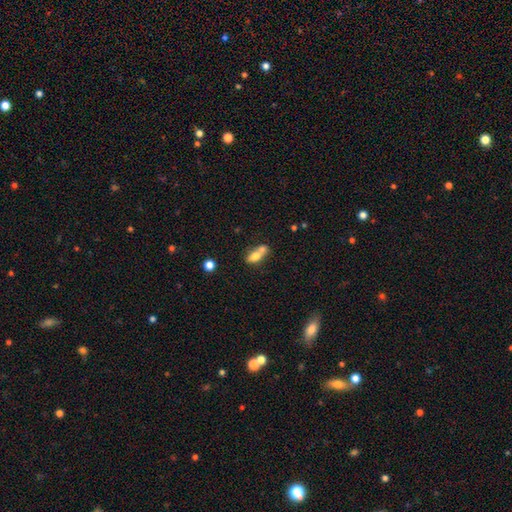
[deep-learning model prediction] Smooth or featured: smooth — 69% (featured or disk — 23%)
How rounded: in between — 76% (round — 14%)
Merging: merger — 56% (none — 29%)